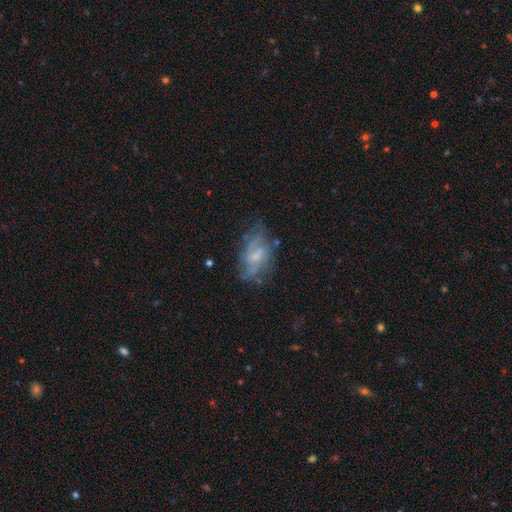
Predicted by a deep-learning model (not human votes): Smooth or featured? Predicted: featured or disk (p=0.70). Edge-on disk? Predicted: no (p=0.95). Bar? Predicted: weak (p=0.48). Spiral arms? Predicted: yes (p=0.79). Spiral winding? Predicted: medium (p=0.43). Spiral arm count? Predicted: 2 (p=0.40). Bulge size? Predicted: small (p=0.51). Merging? Predicted: none (p=0.57).